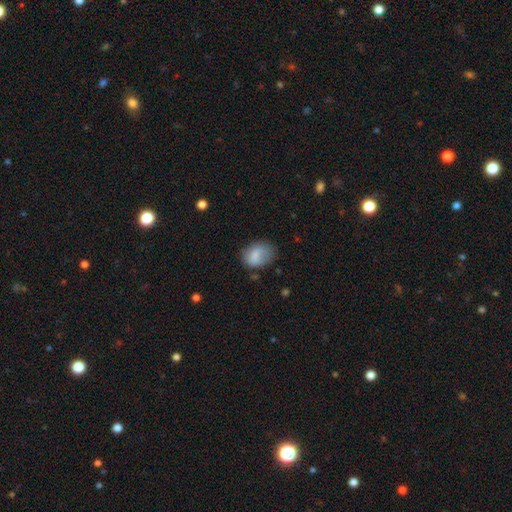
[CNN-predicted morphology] Smooth or featured? smooth (75%)
How rounded? in between (69%)
Merging? none (57%)